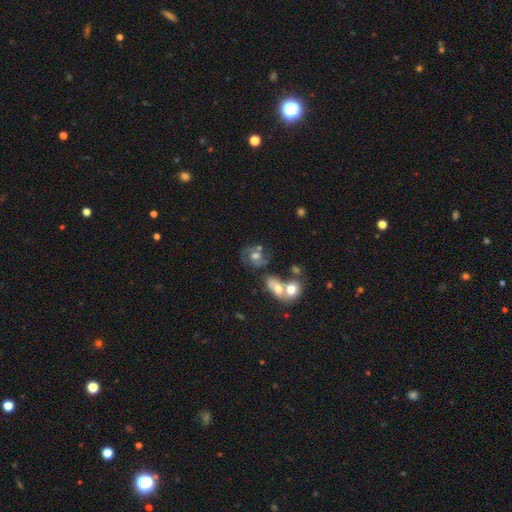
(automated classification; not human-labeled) The model was most divided on "merging": none: 45%, merger: 23%, minor disturbance: 18%, major disturbance: 13%. More confident: edge-on disk — no (96%); spiral arms — yes (71%); bar — no (68%); bulge size — moderate (64%); smooth or featured — featured or disk (56%).